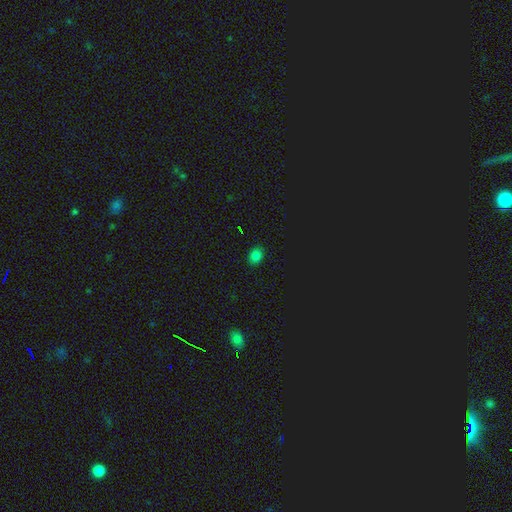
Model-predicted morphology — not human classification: A smooth galaxy with no disk features (78%) that is in between round and cigar-shaped (58%).

Vote fractions:
- Smooth or featured? smooth: 78% / star or artifact: 17% / featured or disk: 5%
- How rounded? in between: 58% / round: 41% / cigar-shaped: 1%
- Merging? none: 88% / minor disturbance: 9% / major disturbance: 2% / merger: 1%